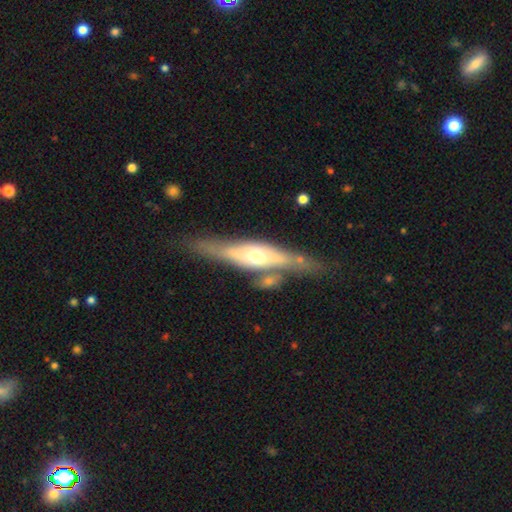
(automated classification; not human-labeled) Smooth or featured? Predicted: featured or disk (p=0.71). Edge-on disk? Predicted: yes (p=0.80). Edge-on bulge? Predicted: rounded (p=0.84). Merging? Predicted: none (p=0.65).